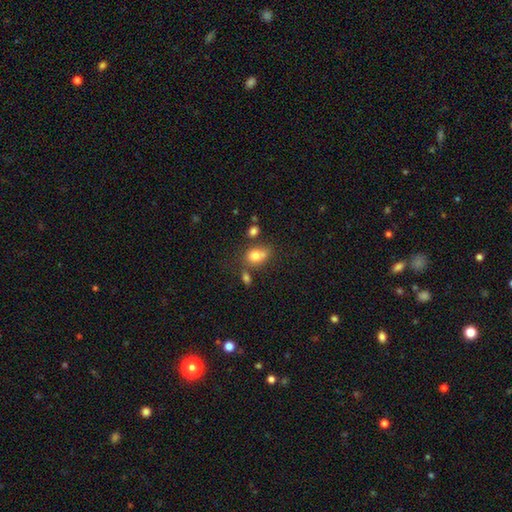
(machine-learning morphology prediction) Smooth or featured? smooth (77%)
How rounded? in between (61%)
Merging? none (45%)